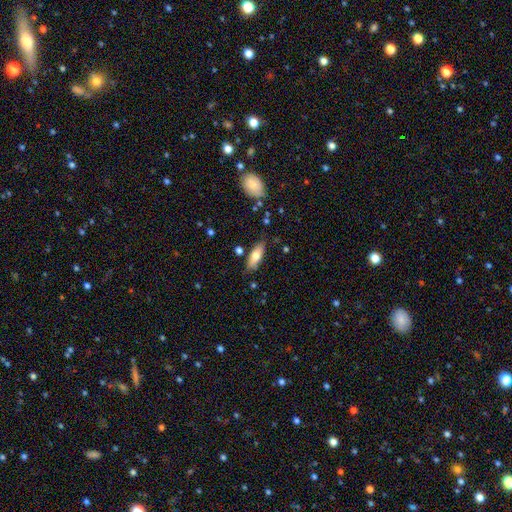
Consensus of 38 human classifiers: This appears to be a smooth galaxy with no disk features (63%) that is cigar-shaped (54%). Merging: none (74%).